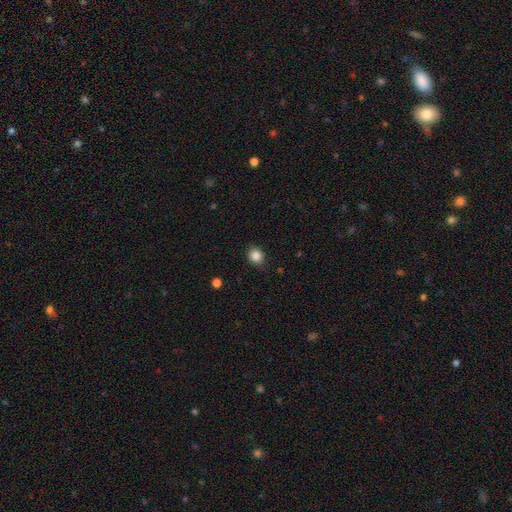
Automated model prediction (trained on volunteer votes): smooth_or_featured: smooth (p=0.85) [alt: star or artifact p=0.10]
how_rounded: round (p=0.69) [alt: in between p=0.30]
merging: none (p=0.86) [alt: minor disturbance p=0.11]